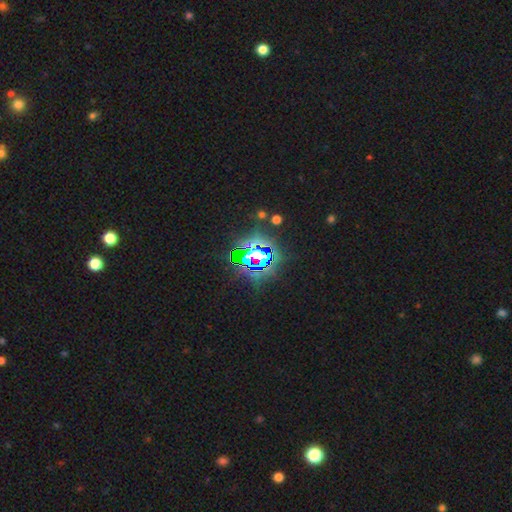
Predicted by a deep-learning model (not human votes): star or artifact 78%, smooth 12%, featured or disk 10%.